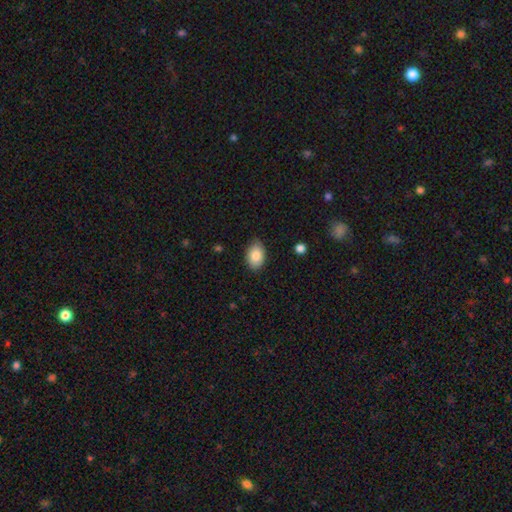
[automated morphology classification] type=smooth (85%); roundness=in between (88%); merging=none (80%).